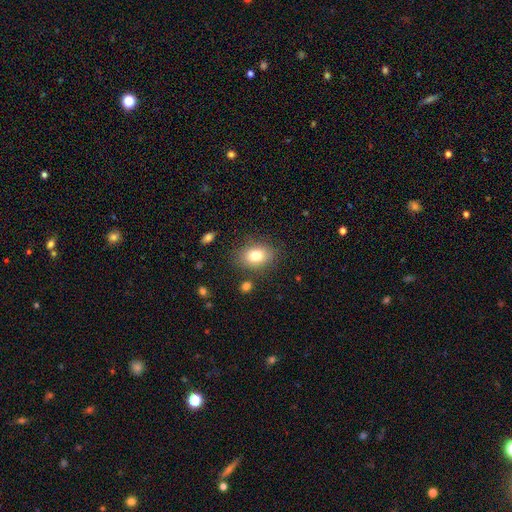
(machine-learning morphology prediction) Overall: smooth (79%). How rounded: in between (71%). Merging: none (81%).